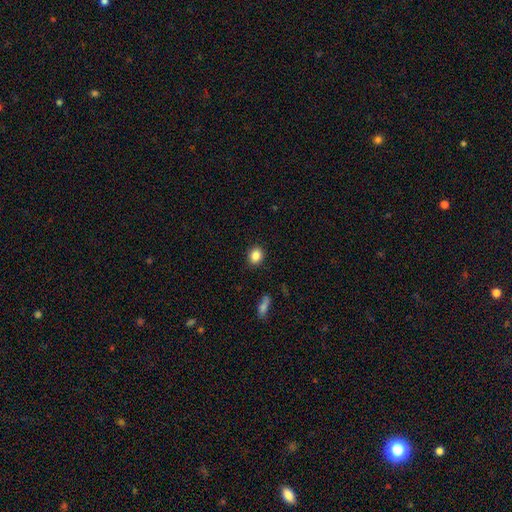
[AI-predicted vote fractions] smooth-or-featured: smooth: 86% | star or artifact: 9% | featured or disk: 5%
  how-rounded: round: 64% | in between: 35% | cigar-shaped: 1%
  merging: none: 90% | minor disturbance: 7% | major disturbance: 2% | merger: 1%